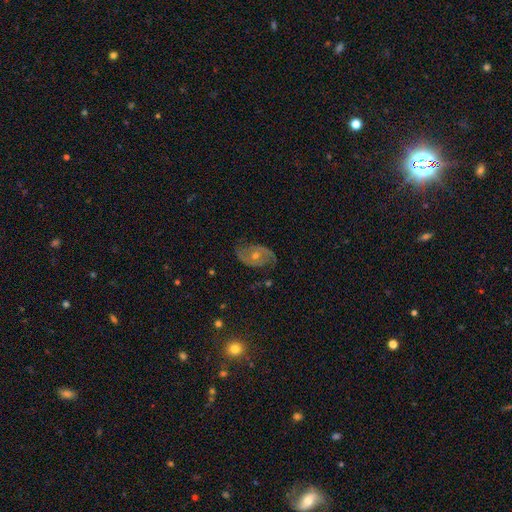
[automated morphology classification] Smooth or featured? Predicted: featured or disk (p=0.80). Edge-on disk? Predicted: no (p=0.96). Bar? Predicted: no (p=0.67). Spiral arms? Predicted: yes (p=0.92). Spiral winding? Predicted: medium (p=0.47). Spiral arm count? Predicted: 2 (p=0.83). Bulge size? Predicted: moderate (p=0.58). Merging? Predicted: none (p=0.79).